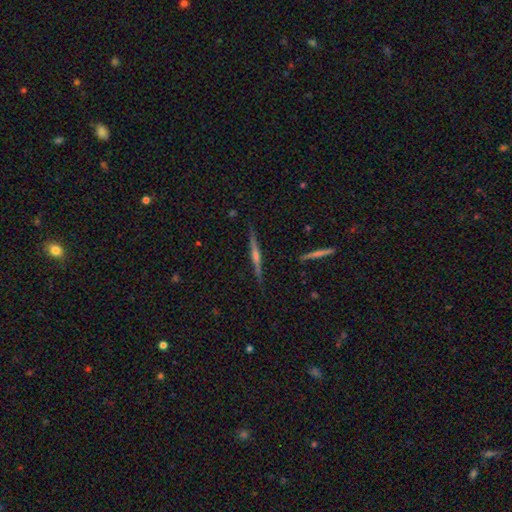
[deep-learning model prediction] Overall: featured or disk (76%). Edge-on disk: yes (98%). Edge-on bulge: rounded (72%). Merging: none (88%).